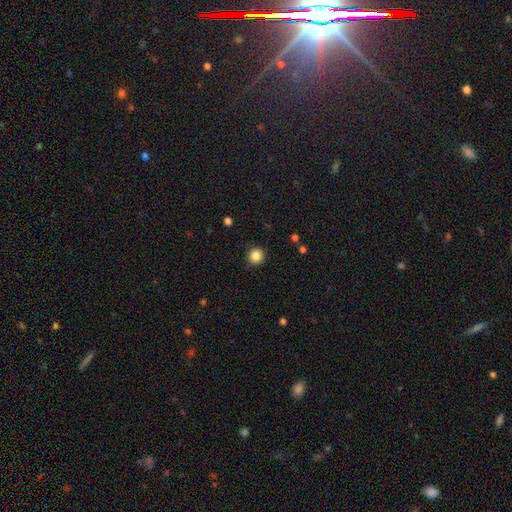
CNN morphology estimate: Smooth or featured?
  - smooth: 85% *
  - star or artifact: 11%
  - featured or disk: 4%
How rounded?
  - round: 95% *
  - in between: 4%
  - cigar-shaped: 1%
Merging?
  - none: 90% *
  - minor disturbance: 7%
  - major disturbance: 2%
  - merger: 1%